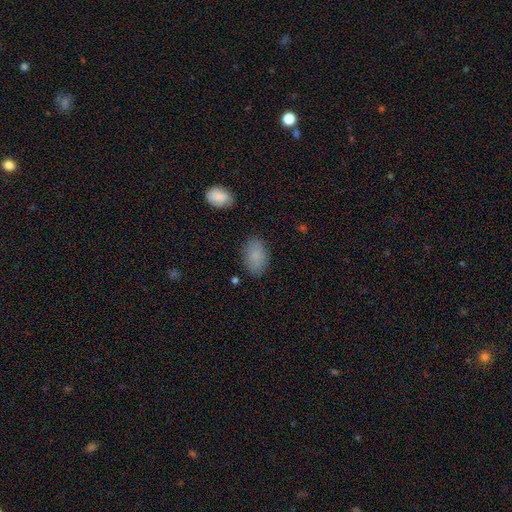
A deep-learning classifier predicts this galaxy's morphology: Smooth or featured? smooth (86%)
How rounded? in between (91%)
Merging? none (83%)